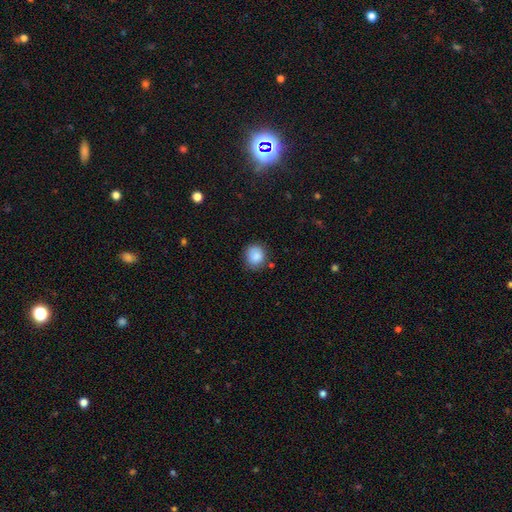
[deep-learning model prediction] smooth 86%, star or artifact 9%, featured or disk 5%. Down the decision tree: how rounded — round (83%); merging — none (79%).